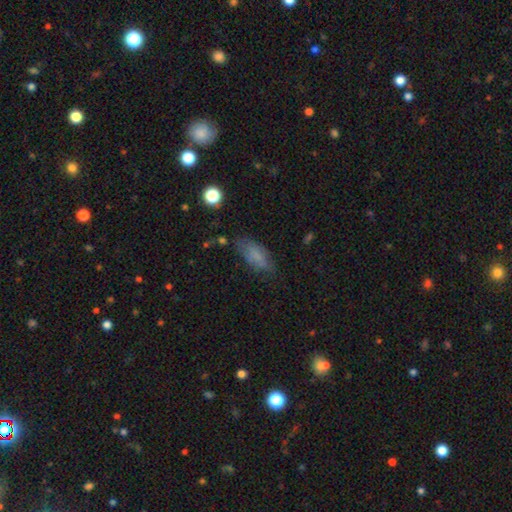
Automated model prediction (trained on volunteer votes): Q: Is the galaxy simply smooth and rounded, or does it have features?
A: smooth — 71%.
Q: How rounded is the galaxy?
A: in between — 75%.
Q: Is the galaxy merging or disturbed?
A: none — 63%.